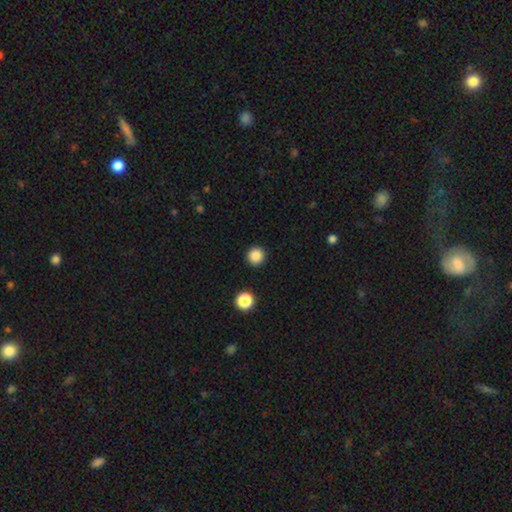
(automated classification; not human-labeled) This is clearly a smooth galaxy (86%). How rounded: clearly round (94%). Merging: clearly none (92%).